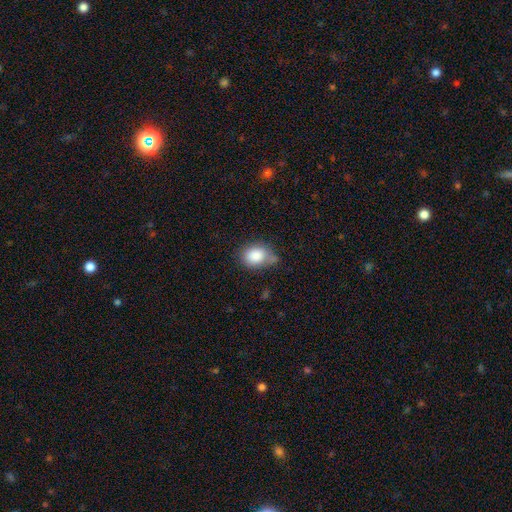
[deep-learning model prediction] The model was most divided on "how rounded": in between: 57%, round: 41%, cigar-shaped: 1%. More confident: smooth or featured — smooth (85%); merging — none (52%).